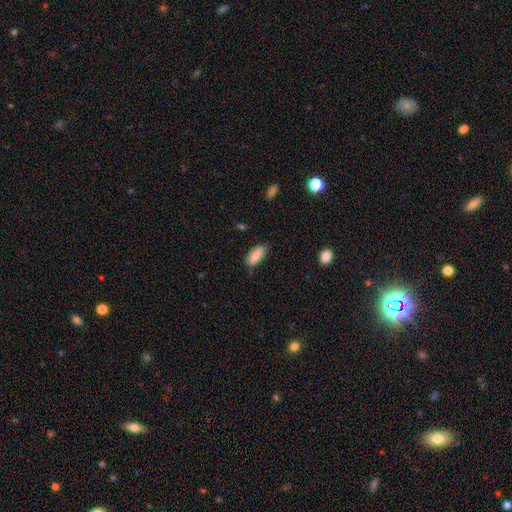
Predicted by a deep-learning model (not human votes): Smooth or featured?
  - smooth: 81% *
  - featured or disk: 12%
  - star or artifact: 7%
How rounded?
  - in between: 88% *
  - cigar-shaped: 10%
  - round: 2%
Merging?
  - none: 76% *
  - minor disturbance: 19%
  - major disturbance: 3%
  - merger: 2%